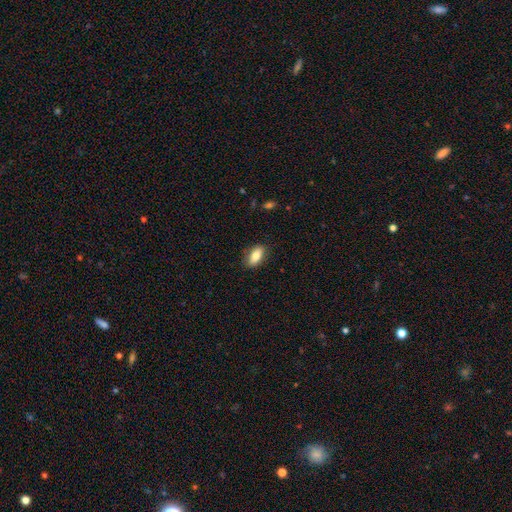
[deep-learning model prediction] Overall: smooth (80%). How rounded: in between (88%). Merging: none (83%).